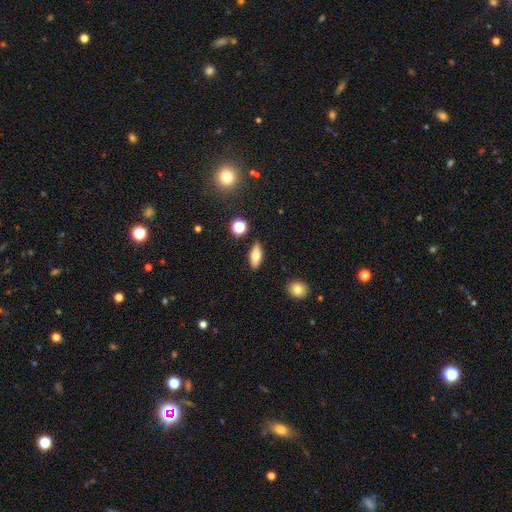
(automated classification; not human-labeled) Smooth or featured?
  - smooth: 63% *
  - featured or disk: 28%
  - star or artifact: 9%
How rounded?
  - in between: 69% *
  - cigar-shaped: 26%
  - round: 5%
Merging?
  - none: 88% *
  - minor disturbance: 8%
  - merger: 2%
  - major disturbance: 2%